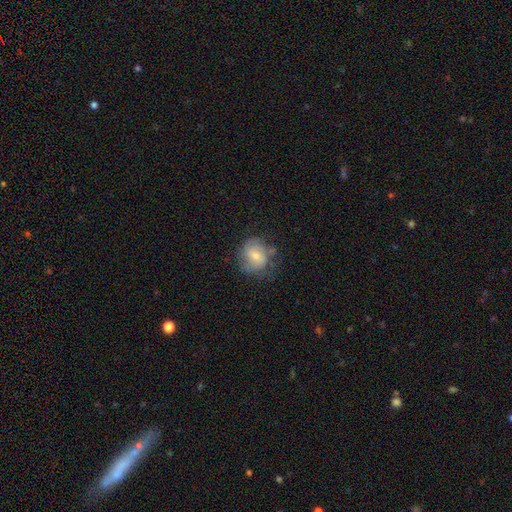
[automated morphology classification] smooth_or_featured: smooth (p=0.51) [alt: featured or disk p=0.41]
how_rounded: round (p=0.71) [alt: in between p=0.28]
merging: none (p=0.56) [alt: minor disturbance p=0.27]